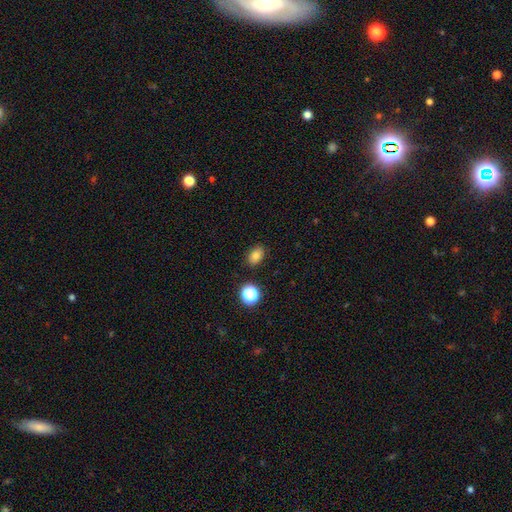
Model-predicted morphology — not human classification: This is clearly a smooth galaxy (81%). How rounded: likely in between (78%). Merging: clearly none (86%).